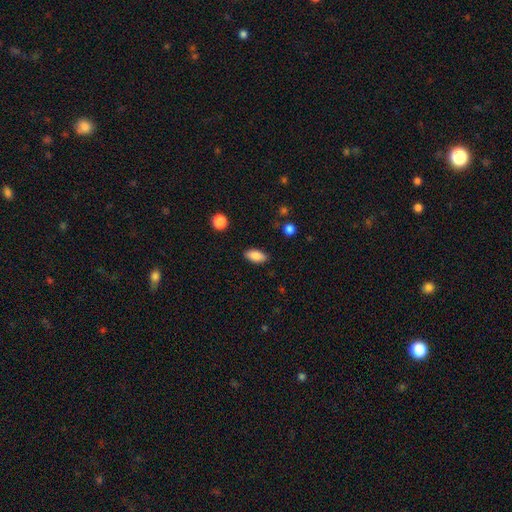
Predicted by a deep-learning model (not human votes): A smooth galaxy with no disk features (86%) that is in between round and cigar-shaped (90%). Merging: none (87%).